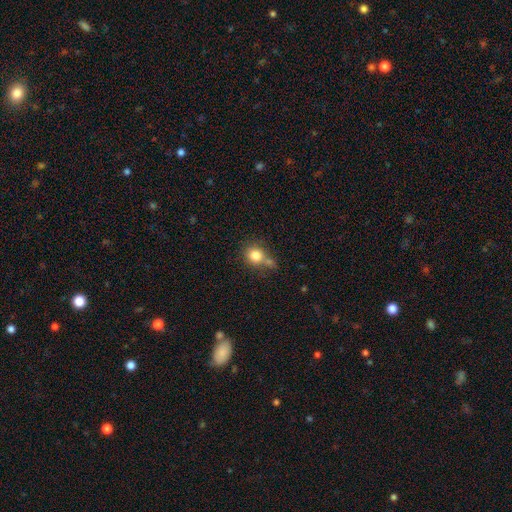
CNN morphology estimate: This appears to be a smooth galaxy with no disk features (81%) that is round (81%). Merging: none (52%).